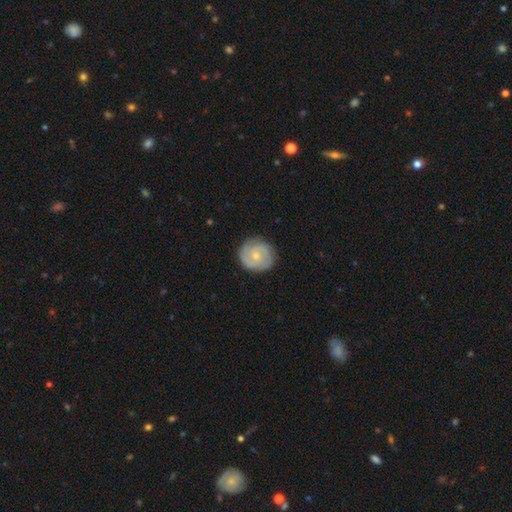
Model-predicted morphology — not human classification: smooth_or_featured: featured or disk (p=0.74) [alt: smooth p=0.21]
disk_edge_on: no (p=0.98) [alt: yes p=0.02]
bar: no (p=0.69) [alt: weak p=0.27]
has_spiral_arms: yes (p=0.94) [alt: no p=0.06]
spiral_winding: tight (p=0.60) [alt: medium p=0.33]
spiral_arm_count: 2 (p=0.53) [alt: 3 p=0.21]
bulge_size: small (p=0.62) [alt: moderate p=0.33]
merging: none (p=0.84) [alt: minor disturbance p=0.12]